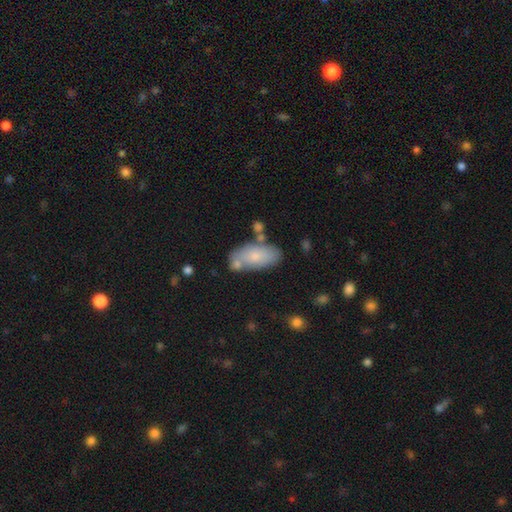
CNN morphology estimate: smooth-or-featured: smooth: 74% | featured or disk: 20% | star or artifact: 6%
  how-rounded: in between: 91% | cigar-shaped: 6% | round: 3%
  merging: none: 62% | minor disturbance: 19% | merger: 13% | major disturbance: 5%